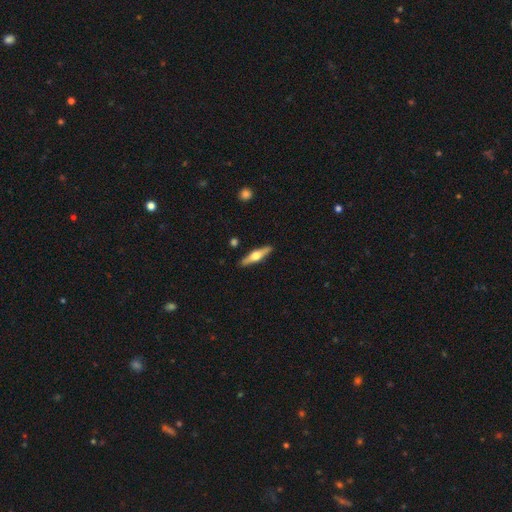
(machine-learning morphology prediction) The model was most divided on "smooth or featured": featured or disk: 62%, smooth: 33%, star or artifact: 5%. More confident: edge-on disk — yes (96%); edge-on bulge — rounded (94%); merging — none (90%).